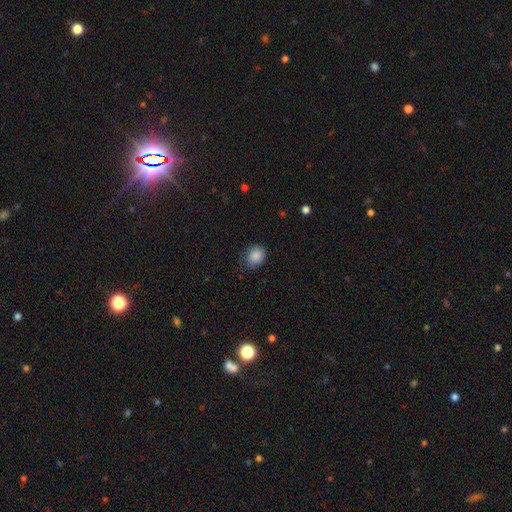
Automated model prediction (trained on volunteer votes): Overall: smooth (87%). How rounded: round (59%; in between 41%). Merging: none (69%).